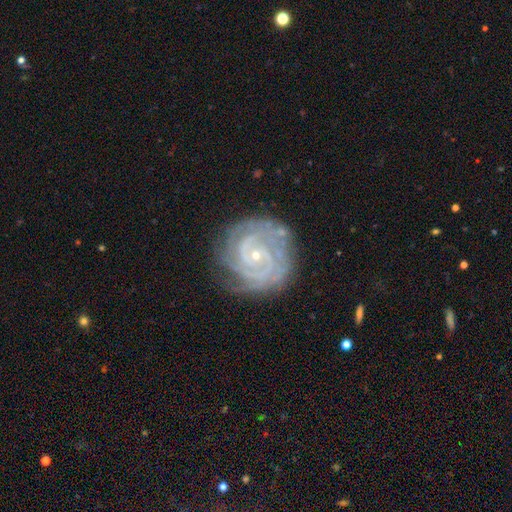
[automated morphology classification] A featured or disk galaxy (89%) with no bar (68%), 2 (30%) tight (81%) spiral arms (98%) and a small central bulge (84%).

Vote fractions:
- Smooth or featured? featured or disk: 89% / star or artifact: 6% / smooth: 5%
- Edge-on disk? no: 98% / yes: 2%
- Bar? no: 68% / weak: 23% / strong: 9%
- Spiral arms? yes: 98% / no: 2%
- Spiral winding? tight: 81% / medium: 17% / loose: 2%
- Spiral arm count? 2: 30% / 3: 24% / can't tell: 18% / 4: 14% / more than 4: 8% / 1: 7%
- Bulge size? small: 84% / moderate: 13% / none: 1% / large: 1% / dominant: 1%
- Merging? none: 77% / minor disturbance: 16% / major disturbance: 5% / merger: 2%